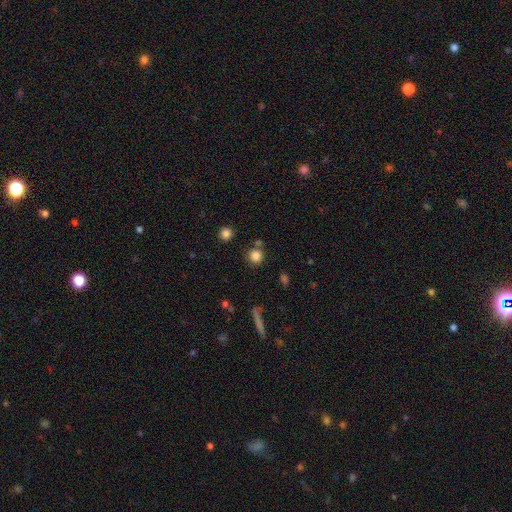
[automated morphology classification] smooth-or-featured: smooth: 83% | star or artifact: 12% | featured or disk: 5%
  how-rounded: round: 92% | in between: 7% | cigar-shaped: 1%
  merging: none: 75% | merger: 12% | minor disturbance: 9% | major disturbance: 3%